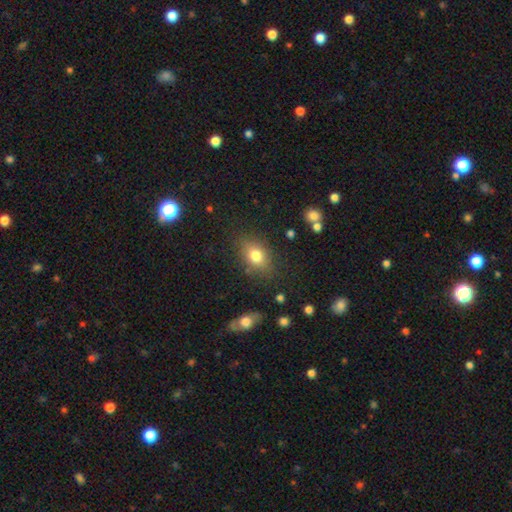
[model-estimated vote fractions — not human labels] A smooth galaxy with no disk features (79%) that is in between round and cigar-shaped (74%). Merging: none (79%).